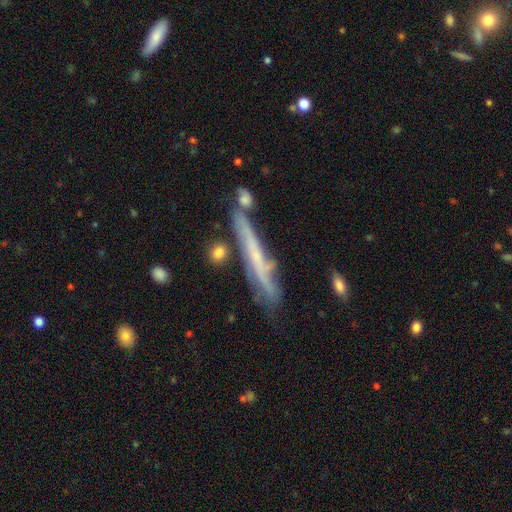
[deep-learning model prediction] Smooth or featured? Predicted: featured or disk (p=0.61). Edge-on disk? Predicted: yes (p=0.80). Merging? Predicted: none (p=0.65).